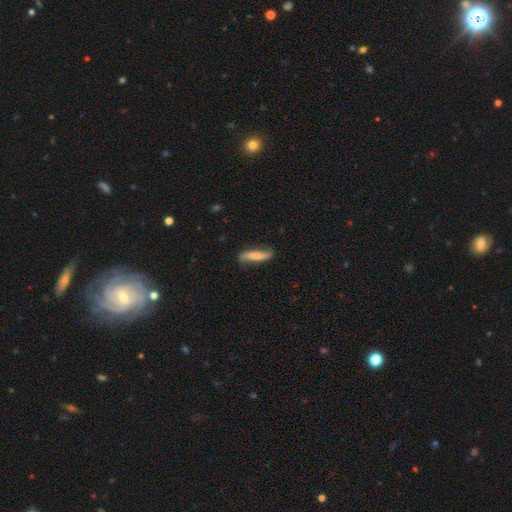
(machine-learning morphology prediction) Smooth or featured? smooth (57%)
How rounded? cigar-shaped (76%)
Merging? none (73%)